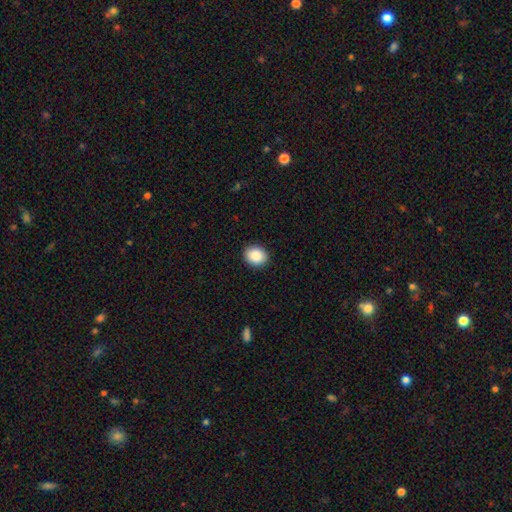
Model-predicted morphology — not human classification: Smooth or featured?
  - smooth: 89% *
  - star or artifact: 8%
  - featured or disk: 3%
How rounded?
  - round: 54% *
  - in between: 45%
  - cigar-shaped: 1%
Merging?
  - none: 91% *
  - minor disturbance: 7%
  - major disturbance: 2%
  - merger: 1%